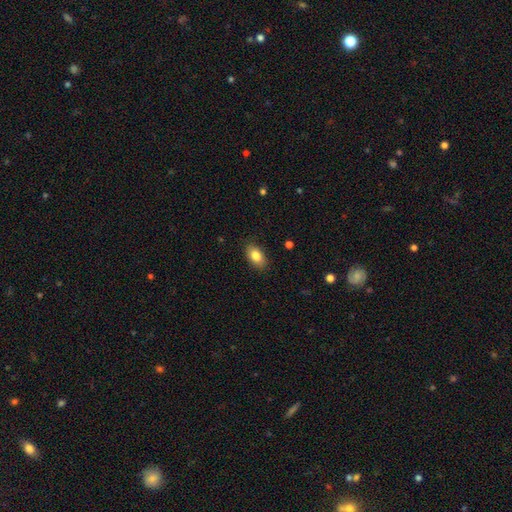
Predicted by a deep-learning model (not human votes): The model was most divided on "smooth or featured": smooth: 84%, featured or disk: 9%, star or artifact: 8%. More confident: how rounded — in between (90%); merging — none (88%).